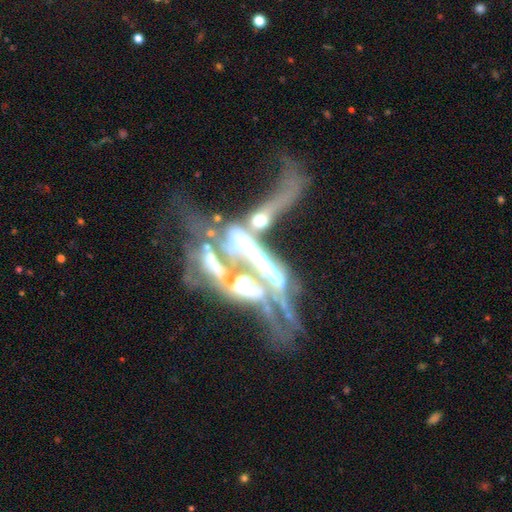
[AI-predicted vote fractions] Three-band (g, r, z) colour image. It shows a featured or disk galaxy (66%). Merging: merger (54%).